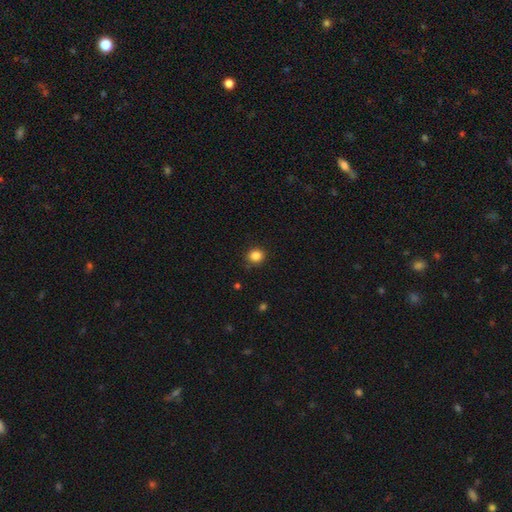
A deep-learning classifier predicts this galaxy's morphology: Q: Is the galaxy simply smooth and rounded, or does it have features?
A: smooth — 85%.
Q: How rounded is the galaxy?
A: round — 83%.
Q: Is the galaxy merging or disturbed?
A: none — 87%.